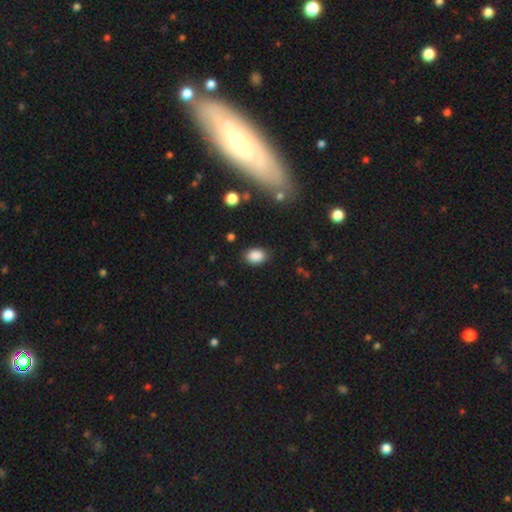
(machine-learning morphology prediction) Smooth or featured?
  - smooth: 87% *
  - star or artifact: 9%
  - featured or disk: 4%
How rounded?
  - in between: 76% *
  - round: 23%
  - cigar-shaped: 1%
Merging?
  - none: 83% *
  - minor disturbance: 12%
  - major disturbance: 3%
  - merger: 2%